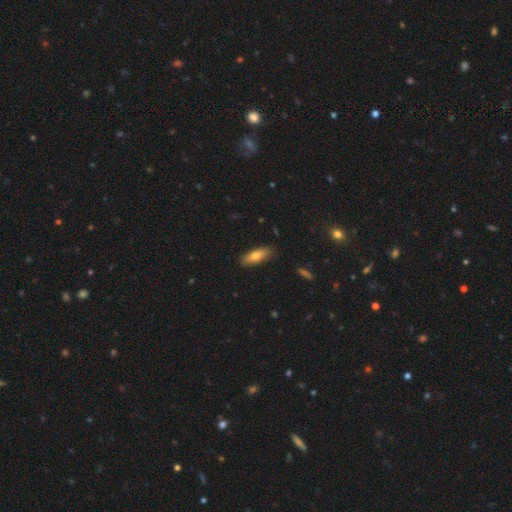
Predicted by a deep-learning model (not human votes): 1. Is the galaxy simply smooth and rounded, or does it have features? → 75% smooth, 19% featured or disk, 6% star or artifact.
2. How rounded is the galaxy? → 60% in between, 37% cigar-shaped, 2% round.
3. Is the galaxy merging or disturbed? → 86% none, 10% minor disturbance, 2% major disturbance, 1% merger.